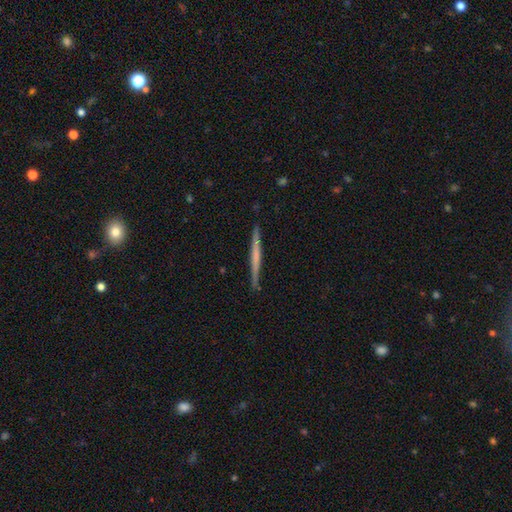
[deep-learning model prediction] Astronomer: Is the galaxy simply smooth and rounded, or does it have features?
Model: featured or disk — 57% (runner-up: smooth, 38%).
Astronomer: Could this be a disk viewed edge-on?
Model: yes — 98%.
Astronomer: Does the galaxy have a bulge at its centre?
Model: none — 73%.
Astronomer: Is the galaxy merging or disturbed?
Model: none — 91%.